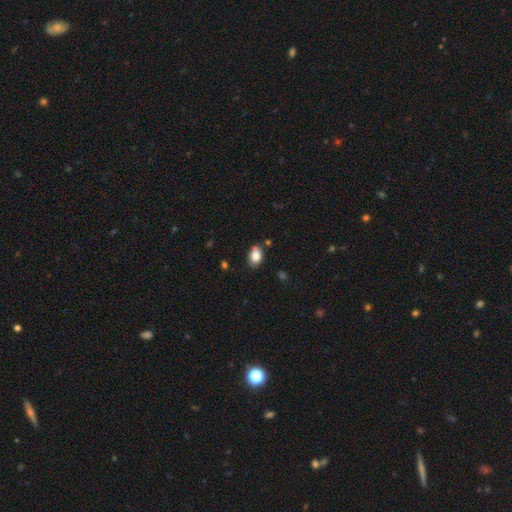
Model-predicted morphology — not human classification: This appears to be a smooth galaxy with no disk features (82%) that is in between round and cigar-shaped (86%). Merging: none (77%).